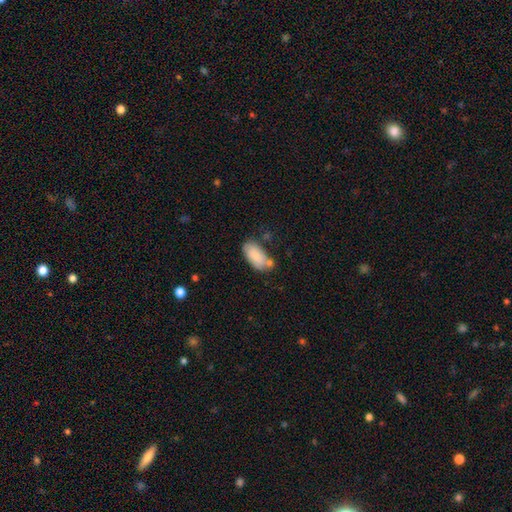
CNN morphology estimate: This is likely a smooth galaxy (79%). How rounded: clearly in between (93%). Merging: possibly none (58%).